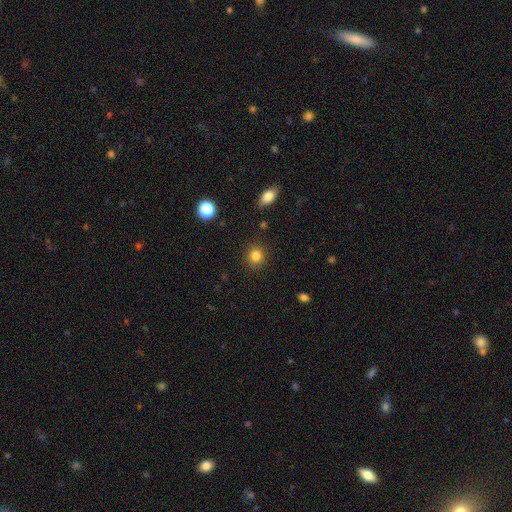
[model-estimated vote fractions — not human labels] smooth_or_featured: smooth (p=0.84) [alt: star or artifact p=0.11]
how_rounded: round (p=0.86) [alt: in between p=0.13]
merging: none (p=0.88) [alt: minor disturbance p=0.08]